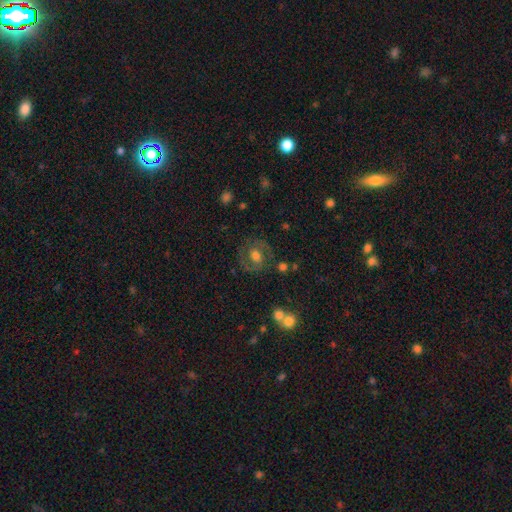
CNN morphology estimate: featured or disk 64%, smooth 27%, star or artifact 9%. Down the decision tree: edge-on disk — no (97%); bar — no (53%); spiral arms — yes (73%); bulge size — moderate (65%); merging — none (78%).